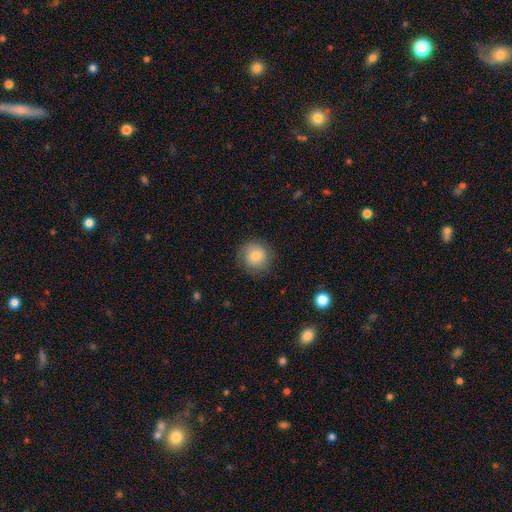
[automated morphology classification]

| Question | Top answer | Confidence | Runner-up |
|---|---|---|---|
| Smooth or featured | smooth | 79% | featured or disk (13%) |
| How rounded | round | 90% | in between (9%) |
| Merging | none | 82% | minor disturbance (13%) |